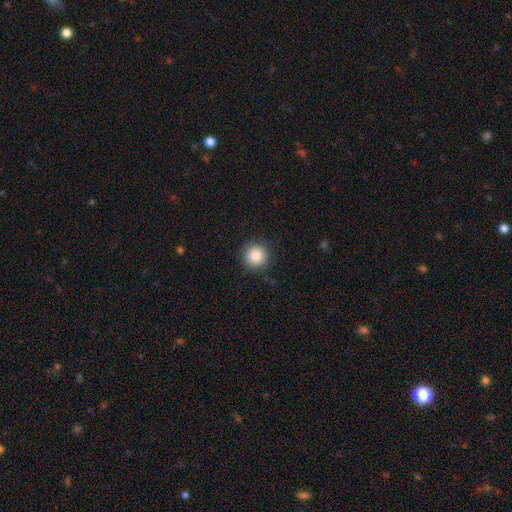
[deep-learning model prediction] This appears to be a smooth galaxy with no disk features (87%) that is round (95%). Merging: none (90%).